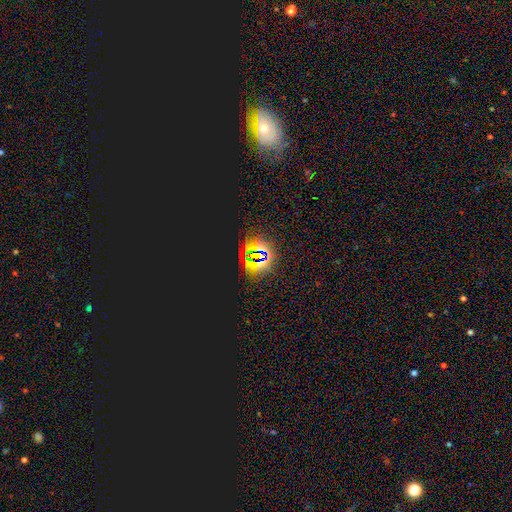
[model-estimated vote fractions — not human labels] Morphology: type=star or artifact (83%).